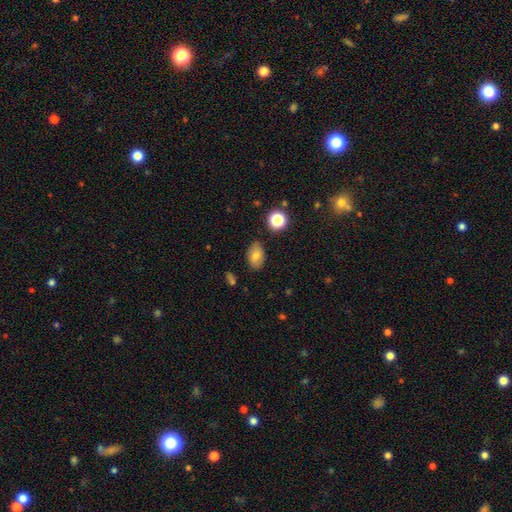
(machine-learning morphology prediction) A smooth galaxy with no disk features (76%) that is in between round and cigar-shaped (86%). Merging: none (82%).